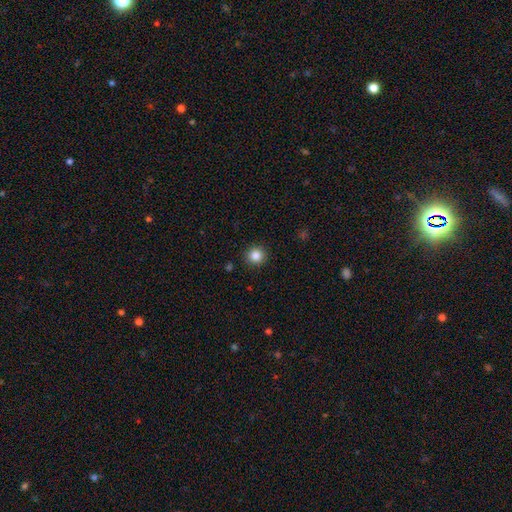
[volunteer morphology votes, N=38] smooth 95%, featured or disk 3%, star or artifact 3%. Down the decision tree: how rounded — round (94%); merging — none (95%).